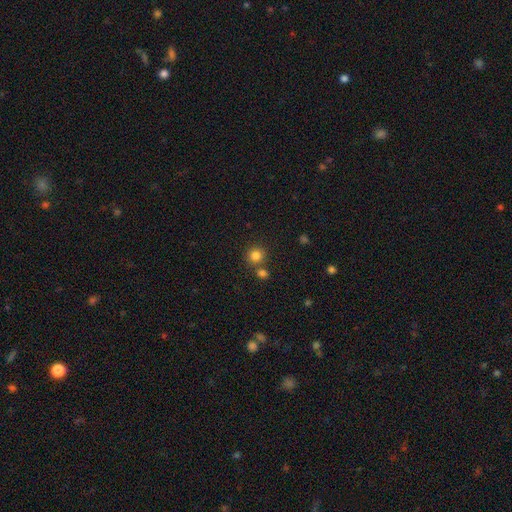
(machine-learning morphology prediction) Overall: smooth (82%). How rounded: round (90%). Merging: none (69%).